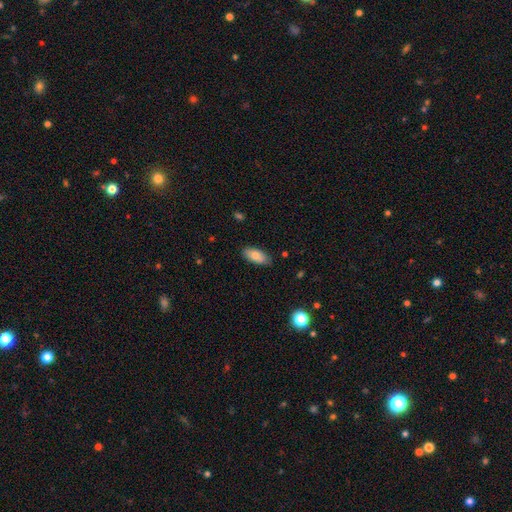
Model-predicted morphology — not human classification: This appears to be a smooth galaxy with no disk features (80%) that is in between round and cigar-shaped (88%). Merging: none (83%).